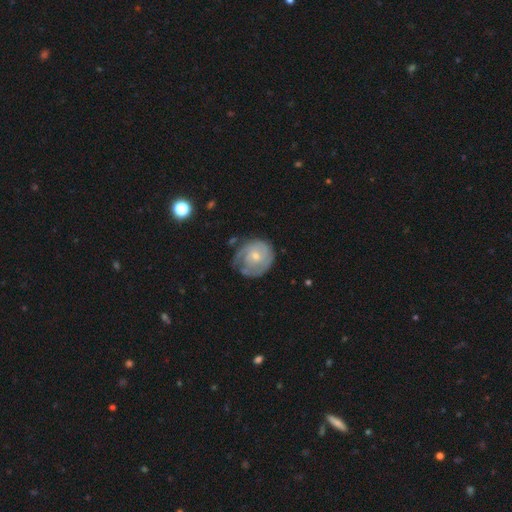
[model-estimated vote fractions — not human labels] This is likely a featured or disk galaxy (68%). It is clearly not viewed edge-on (98%). Bar: likely no (72%). Spiral arm pattern: clearly yes (86%). Spiral arm count: marginally can't tell (34%). Spiral winding: likely tight (66%). Central bulge: possibly small (57%). Merging: possibly none (57%).